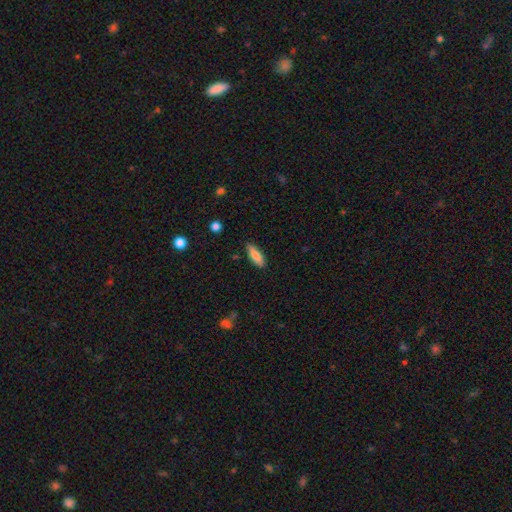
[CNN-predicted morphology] Smooth or featured? Predicted: smooth (p=0.80). How rounded? Predicted: in between (p=0.55). Merging? Predicted: none (p=0.84).